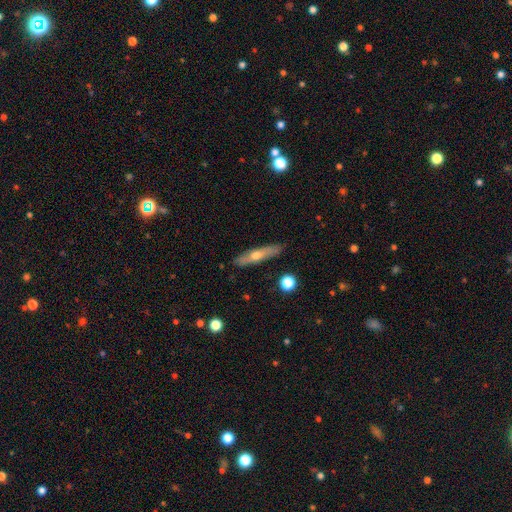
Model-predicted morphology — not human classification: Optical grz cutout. It shows a featured or disk galaxy (48%). Merging: none (87%).